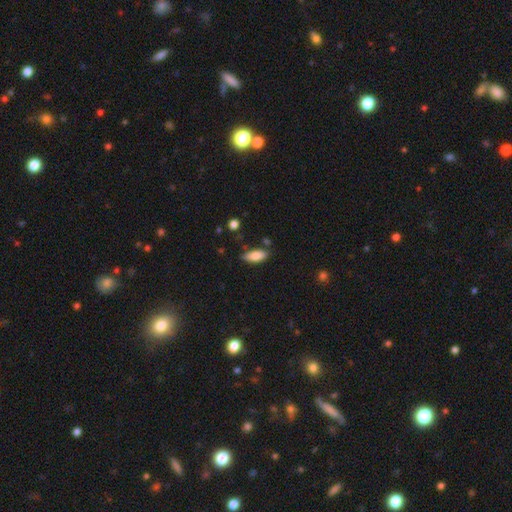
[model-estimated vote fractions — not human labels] smooth 83%, featured or disk 11%, star or artifact 7%. Down the decision tree: how rounded — in between (81%); merging — none (75%).